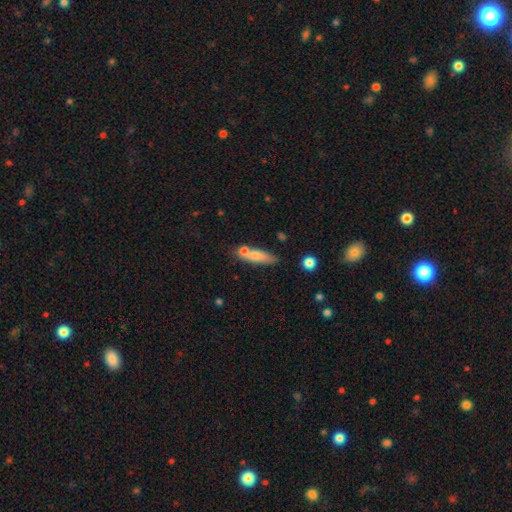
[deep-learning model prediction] The model was most divided on "merging": none: 58%, merger: 21%, minor disturbance: 16%, major disturbance: 5%. More confident: smooth or featured — smooth (71%); how rounded — cigar-shaped (67%).